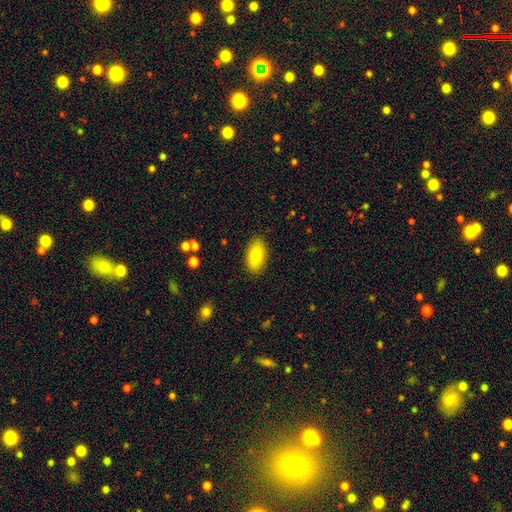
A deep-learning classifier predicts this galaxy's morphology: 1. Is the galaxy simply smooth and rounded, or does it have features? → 87% smooth, 7% star or artifact, 6% featured or disk.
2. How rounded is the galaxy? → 93% in between, 3% round, 3% cigar-shaped.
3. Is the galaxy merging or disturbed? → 87% none, 9% minor disturbance, 3% major disturbance, 1% merger.